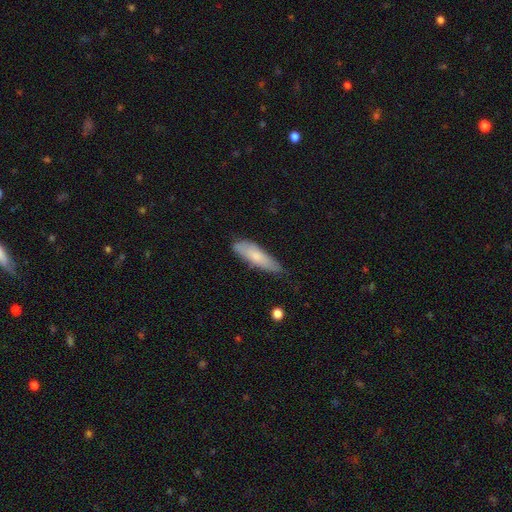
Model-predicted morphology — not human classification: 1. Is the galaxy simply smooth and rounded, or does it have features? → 72% smooth, 22% featured or disk, 6% star or artifact.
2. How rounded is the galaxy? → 57% cigar-shaped, 41% in between, 2% round.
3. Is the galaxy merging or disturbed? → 67% none, 27% minor disturbance, 5% major disturbance, 2% merger.